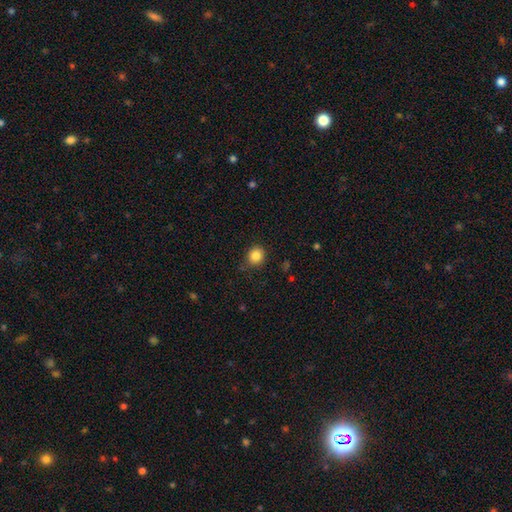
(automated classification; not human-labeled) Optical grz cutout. It shows a smooth galaxy with no disk features (85%) that is round (79%). Merging: none (83%).